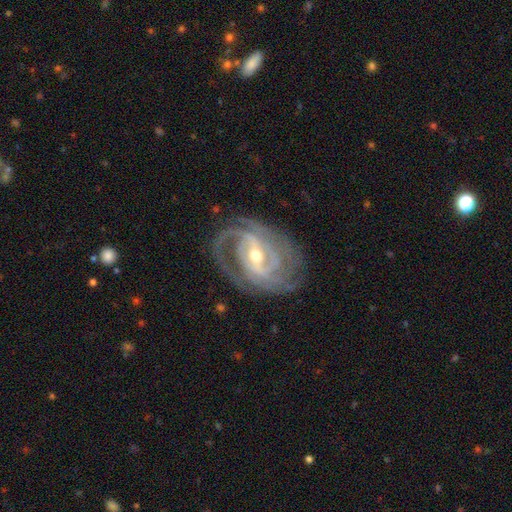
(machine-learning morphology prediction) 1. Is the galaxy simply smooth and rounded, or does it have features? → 92% featured or disk, 5% star or artifact, 4% smooth.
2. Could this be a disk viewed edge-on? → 97% no, 3% yes.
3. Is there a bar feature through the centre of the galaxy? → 46% strong, 39% weak, 15% no.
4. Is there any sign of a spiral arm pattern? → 98% yes, 2% no.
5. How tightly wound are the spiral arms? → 61% tight, 33% medium, 6% loose.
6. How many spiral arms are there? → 34% 3, 32% 2, 14% can't tell, 10% 4, 5% 1, 5% more than 4.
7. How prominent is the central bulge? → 57% moderate, 39% small, 3% large, 1% none, 1% dominant.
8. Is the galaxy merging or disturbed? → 75% none, 17% minor disturbance, 8% major disturbance, 1% merger.